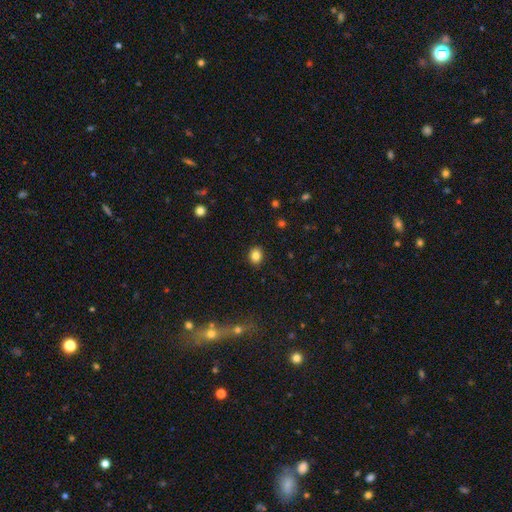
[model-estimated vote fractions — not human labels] This is clearly a smooth galaxy (84%). How rounded: possibly round (53%). Merging: clearly none (89%).